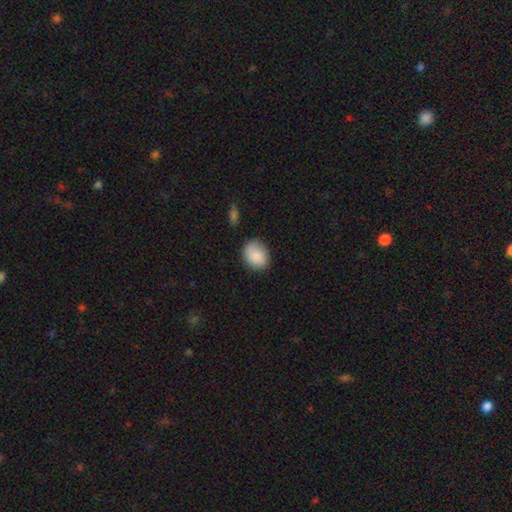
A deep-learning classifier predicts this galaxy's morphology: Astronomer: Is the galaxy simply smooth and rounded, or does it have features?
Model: smooth — 86%.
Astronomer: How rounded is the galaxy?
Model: in between — 57% (runner-up: round, 42%).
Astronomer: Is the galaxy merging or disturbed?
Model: none — 78%.